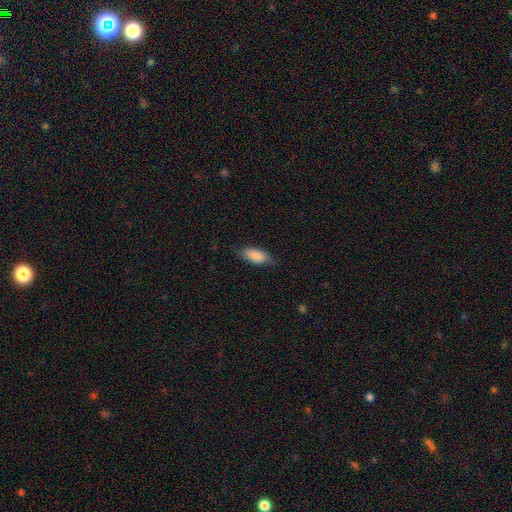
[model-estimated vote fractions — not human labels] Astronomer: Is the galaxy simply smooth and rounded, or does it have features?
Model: smooth — 87%.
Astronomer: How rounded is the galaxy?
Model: in between — 85%.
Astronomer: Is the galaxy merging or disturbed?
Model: none — 77%.